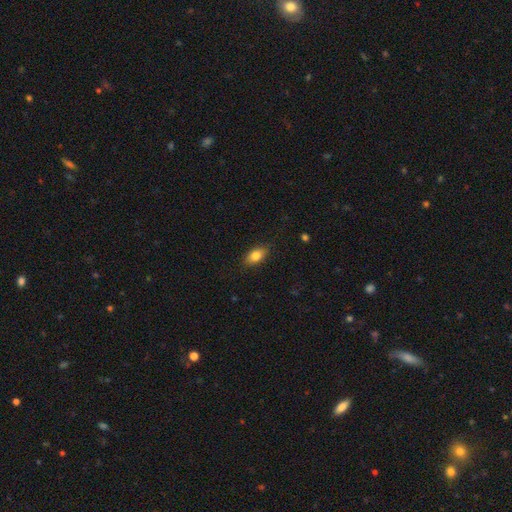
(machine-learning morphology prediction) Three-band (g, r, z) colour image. It shows a smooth galaxy with no disk features (82%) that is in between round and cigar-shaped (88%). Merging: none (86%).